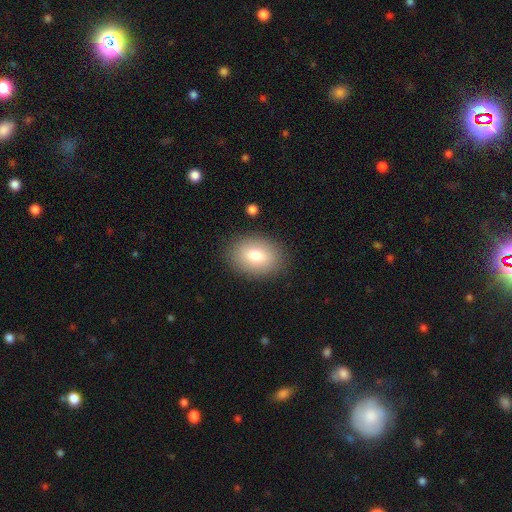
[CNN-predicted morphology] Overall: smooth (77%). How rounded: in between (72%). Merging: none (87%).